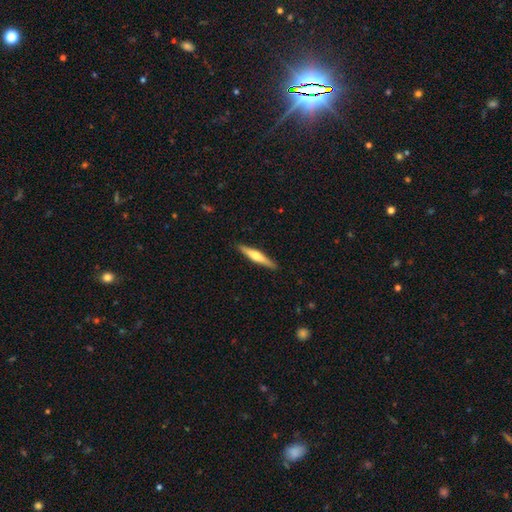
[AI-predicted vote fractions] smooth-or-featured: featured or disk: 51% | smooth: 43% | star or artifact: 5%
  disk-edge-on: yes: 95% | no: 5%
  merging: none: 90% | minor disturbance: 7% | major disturbance: 1% | merger: 1%